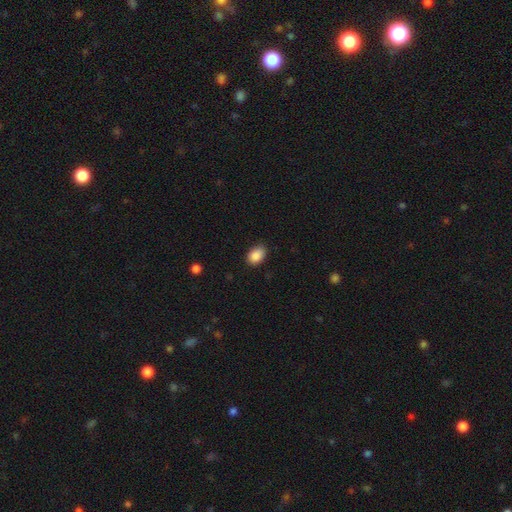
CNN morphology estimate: Overall: smooth (88%). How rounded: in between (79%). Merging: none (83%).